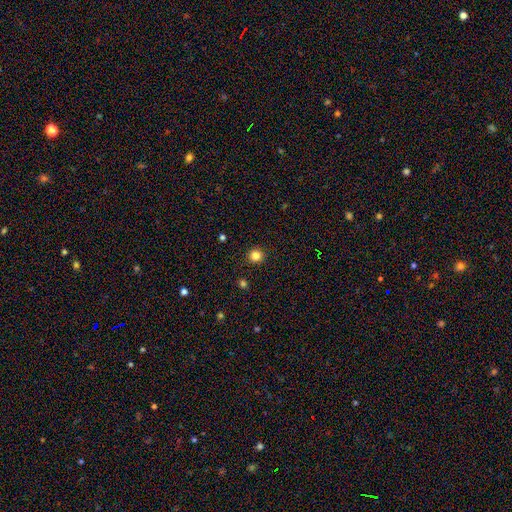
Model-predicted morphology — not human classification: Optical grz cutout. It shows a smooth galaxy with no disk features (83%) that is round (93%). Merging: none (93%).